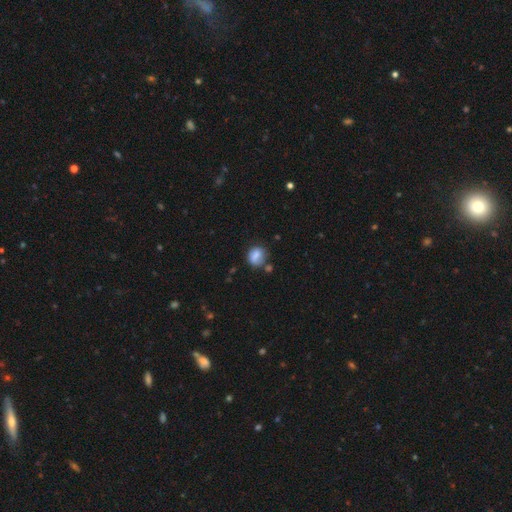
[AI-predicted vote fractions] A smooth galaxy with no disk features (77%) that is round (61%).

Vote fractions:
- Smooth or featured? smooth: 77% / featured or disk: 14% / star or artifact: 9%
- How rounded? round: 61% / in between: 37% / cigar-shaped: 1%
- Merging? none: 61% / minor disturbance: 21% / merger: 12% / major disturbance: 7%